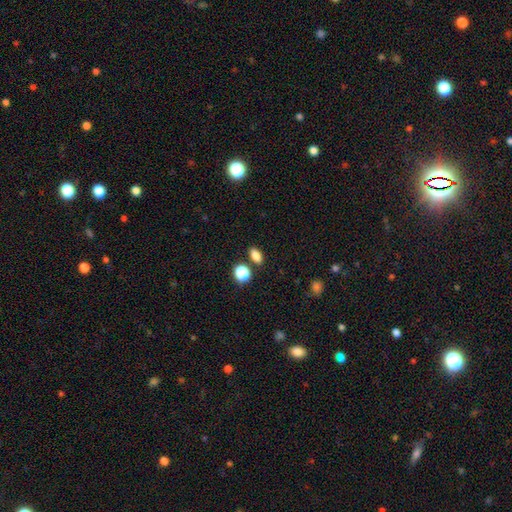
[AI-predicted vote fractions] This appears to be a smooth galaxy with no disk features (81%) that is in between round and cigar-shaped (80%). Merging: none (82%).